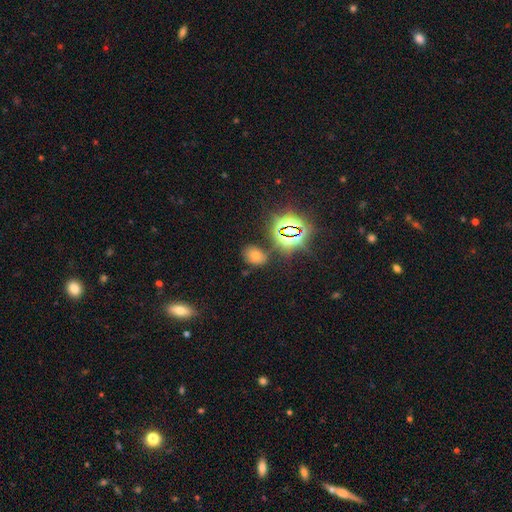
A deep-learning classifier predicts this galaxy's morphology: type=smooth (55%); roundness=in between (69%); merging=none (76%).